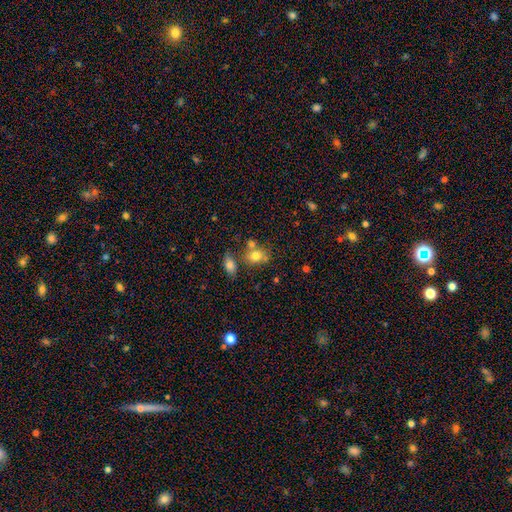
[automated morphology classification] A smooth galaxy with no disk features (76%) that is in between round and cigar-shaped (53%).

Vote fractions:
- Smooth or featured? smooth: 76% / featured or disk: 13% / star or artifact: 11%
- How rounded? in between: 53% / round: 45% / cigar-shaped: 2%
- Merging? none: 52% / merger: 28% / minor disturbance: 14% / major disturbance: 5%